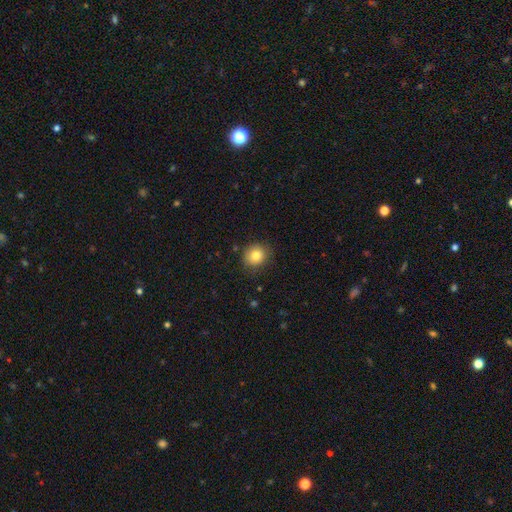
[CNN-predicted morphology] This appears to be a smooth galaxy with no disk features (81%) that is round (85%). Merging: none (84%).